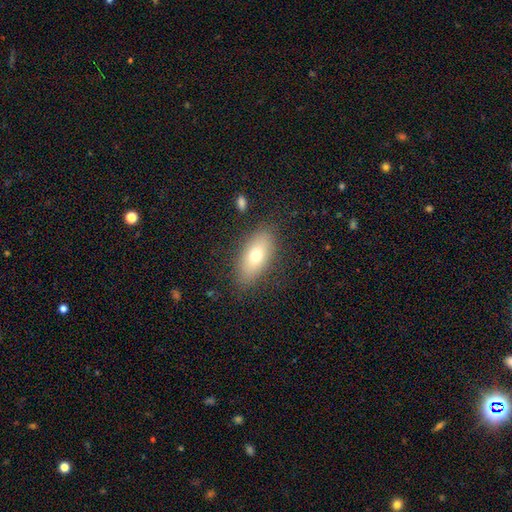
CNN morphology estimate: This is likely a smooth galaxy (70%). How rounded: clearly in between (86%). Merging: clearly none (84%).